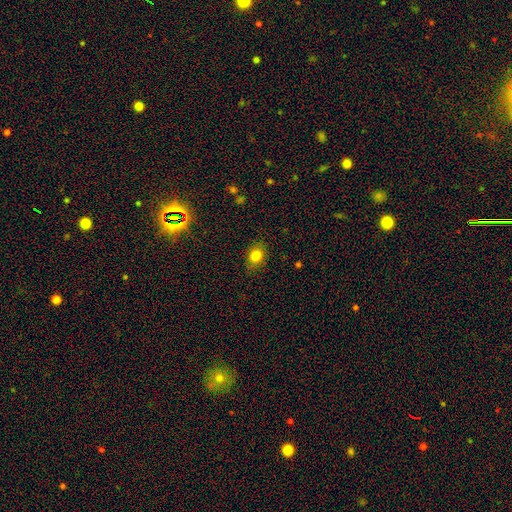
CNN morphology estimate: Overall: smooth (81%). How rounded: in between (54%; round 45%). Merging: none (85%).